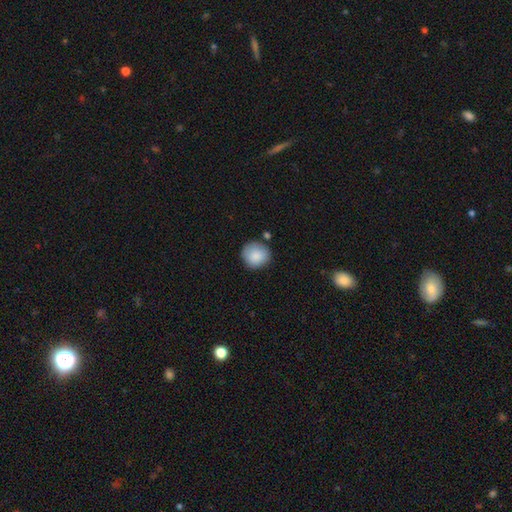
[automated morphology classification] smooth_or_featured: smooth (p=0.87) [alt: star or artifact p=0.07]
how_rounded: round (p=0.89) [alt: in between p=0.10]
merging: none (p=0.78) [alt: minor disturbance p=0.14]